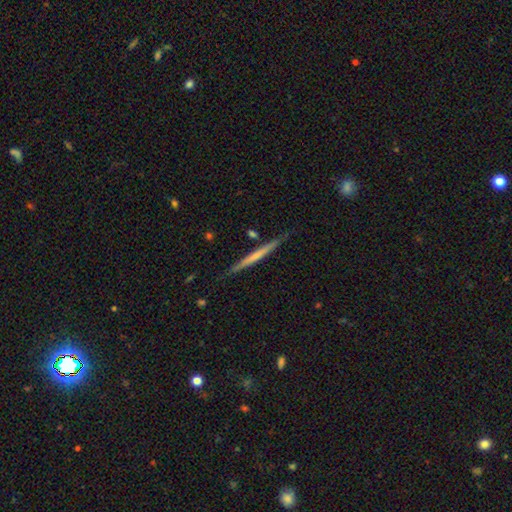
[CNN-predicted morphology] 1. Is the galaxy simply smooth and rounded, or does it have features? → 54% featured or disk, 41% smooth, 5% star or artifact.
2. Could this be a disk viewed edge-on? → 97% yes, 3% no.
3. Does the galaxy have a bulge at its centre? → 78% none, 15% rounded, 7% boxy.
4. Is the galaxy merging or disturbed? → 85% none, 11% minor disturbance, 2% merger, 2% major disturbance.